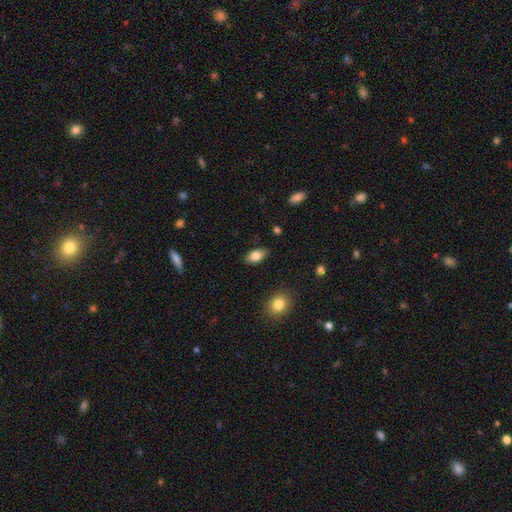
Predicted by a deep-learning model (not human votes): This appears to be a smooth galaxy with no disk features (79%) that is in between round and cigar-shaped (90%). Merging: none (87%).